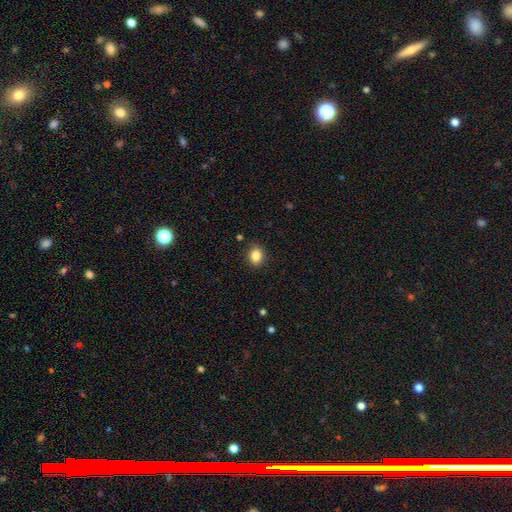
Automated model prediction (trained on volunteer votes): Smooth or featured: smooth — 85% (star or artifact — 10%)
How rounded: in between — 54% (round — 45%)
Merging: none — 89% (minor disturbance — 8%)